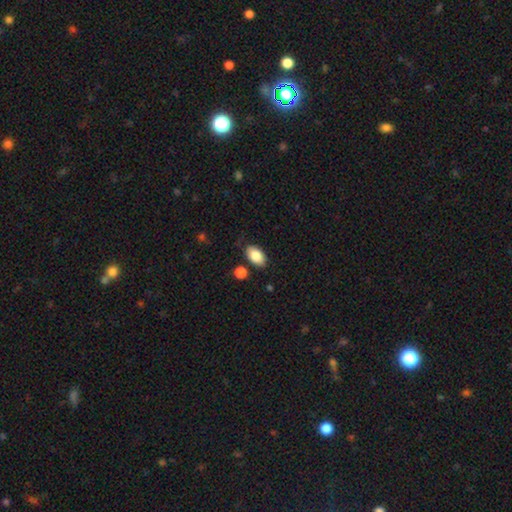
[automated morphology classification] smooth_or_featured: smooth (p=0.86) [alt: featured or disk p=0.07]
how_rounded: in between (p=0.93) [alt: round p=0.06]
merging: none (p=0.78) [alt: minor disturbance p=0.14]